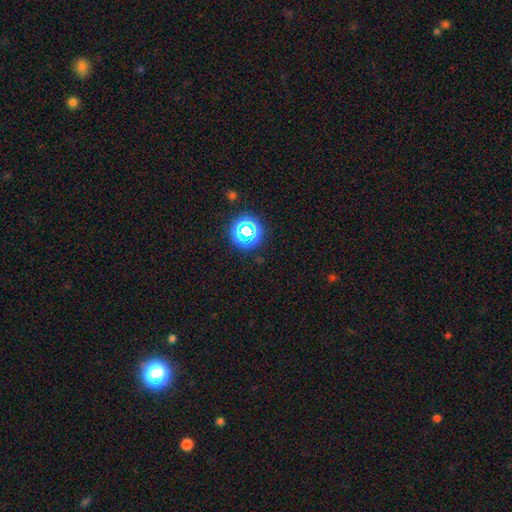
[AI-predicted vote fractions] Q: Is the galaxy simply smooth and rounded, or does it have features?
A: smooth — 50%.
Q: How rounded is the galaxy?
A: round — 93%.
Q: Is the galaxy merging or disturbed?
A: none — 91%.